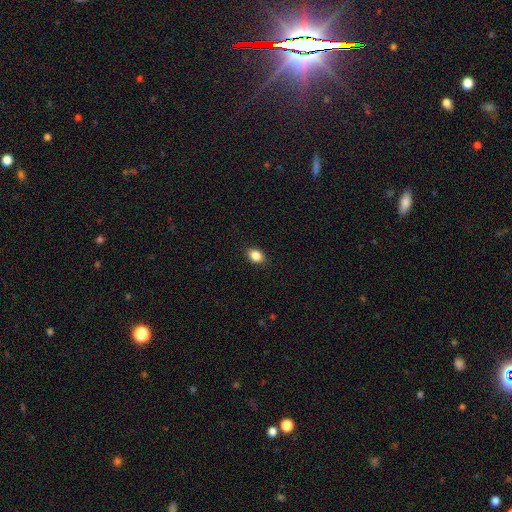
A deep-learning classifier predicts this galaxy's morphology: Smooth or featured? Predicted: smooth (p=0.86). How rounded? Predicted: in between (p=0.68). Merging? Predicted: none (p=0.88).